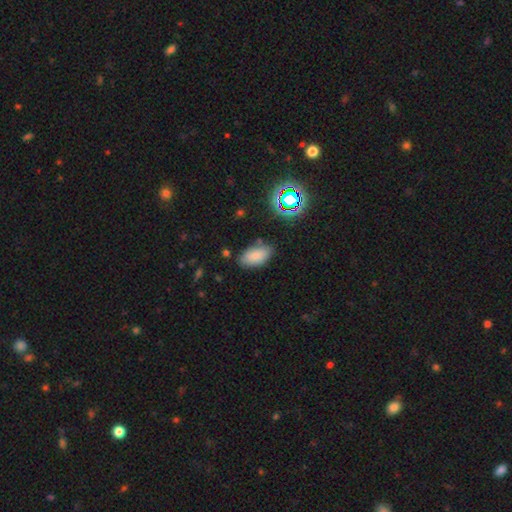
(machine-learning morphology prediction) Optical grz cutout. It shows a smooth galaxy with no disk features (76%) that is in between round and cigar-shaped (93%). Merging: none (78%).